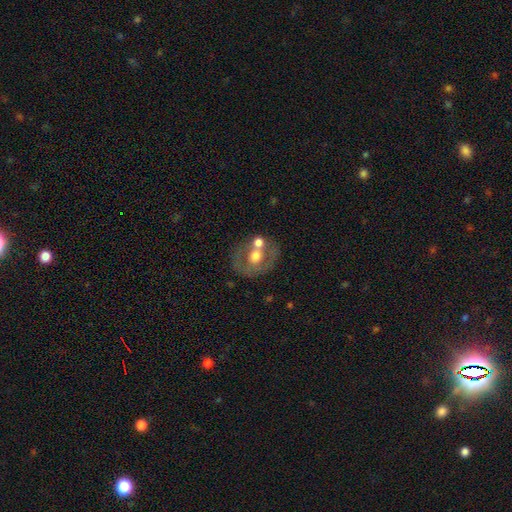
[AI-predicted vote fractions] This is possibly a featured or disk galaxy (47%). Merging: possibly none (49%).